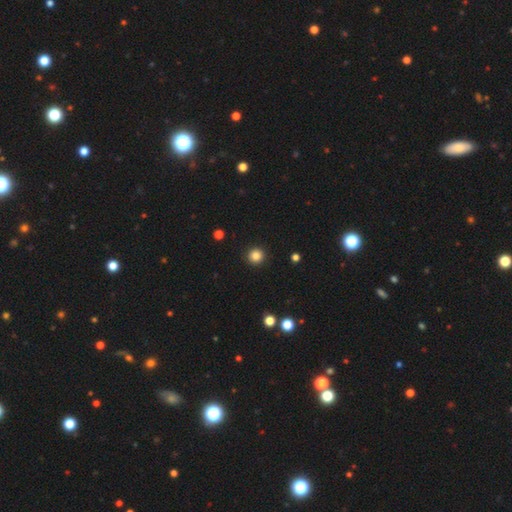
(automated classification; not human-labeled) Smooth or featured?
  - smooth: 85% *
  - star or artifact: 11%
  - featured or disk: 4%
How rounded?
  - round: 95% *
  - in between: 4%
  - cigar-shaped: 1%
Merging?
  - none: 93% *
  - minor disturbance: 5%
  - major disturbance: 2%
  - merger: 1%